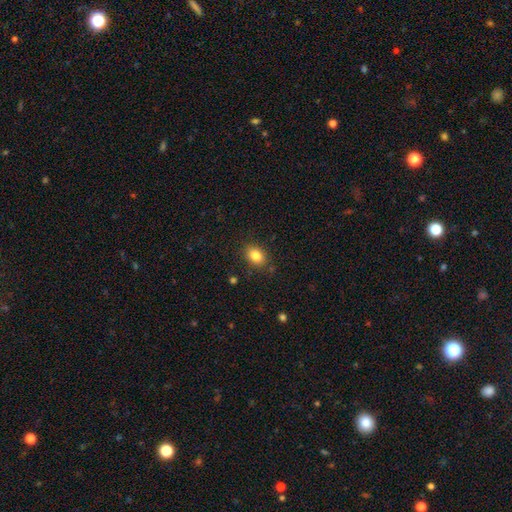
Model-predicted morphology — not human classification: This is clearly a smooth galaxy (83%). How rounded: likely in between (69%). Merging: clearly none (86%).